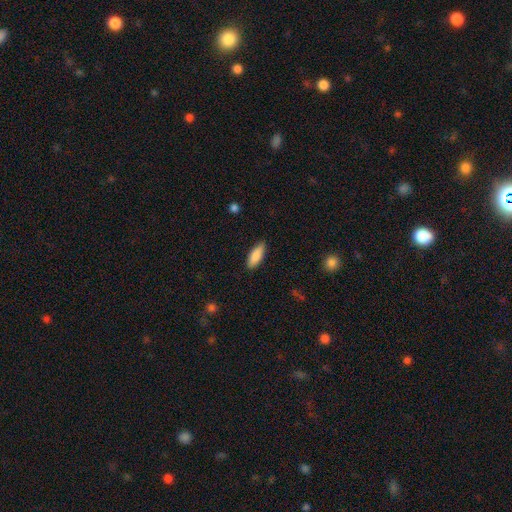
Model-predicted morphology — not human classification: A smooth galaxy with no disk features (87%) that is in between round and cigar-shaped (74%).

Vote fractions:
- Smooth or featured? smooth: 87% / featured or disk: 7% / star or artifact: 6%
- How rounded? in between: 74% / cigar-shaped: 24% / round: 2%
- Merging? none: 85% / minor disturbance: 12% / major disturbance: 2% / merger: 1%